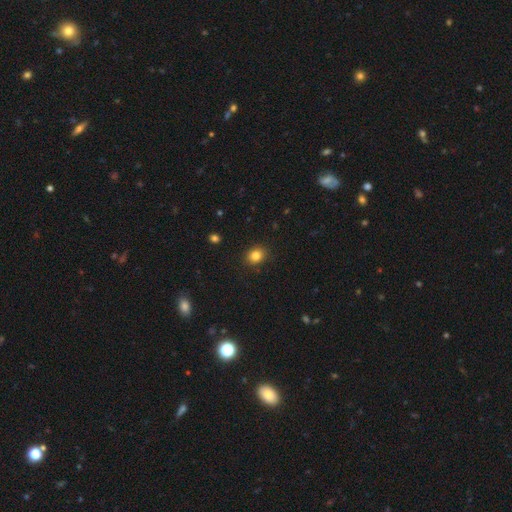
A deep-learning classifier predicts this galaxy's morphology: Smooth or featured?
  - smooth: 84% *
  - star or artifact: 11%
  - featured or disk: 5%
How rounded?
  - round: 63% *
  - in between: 36%
  - cigar-shaped: 1%
Merging?
  - none: 88% *
  - minor disturbance: 9%
  - major disturbance: 2%
  - merger: 1%